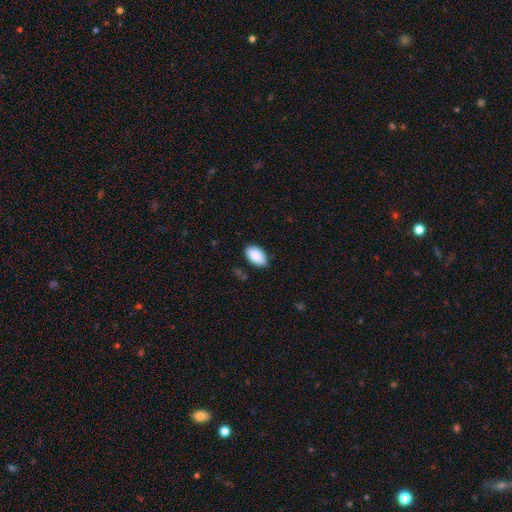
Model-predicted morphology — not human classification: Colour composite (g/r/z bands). It shows a smooth galaxy with no disk features (89%) that is in between round and cigar-shaped (95%). Merging: none (83%).